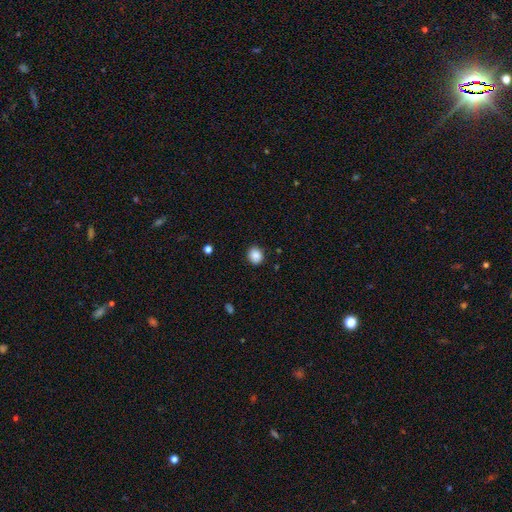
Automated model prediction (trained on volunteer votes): Overall: smooth (87%). How rounded: round (71%). Merging: none (89%).